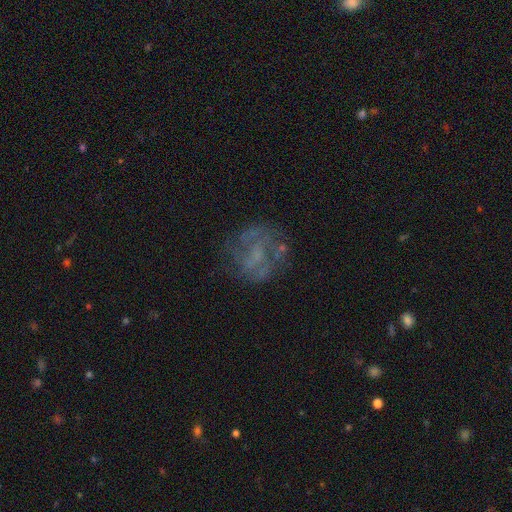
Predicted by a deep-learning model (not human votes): featured or disk 63%, smooth 23%, star or artifact 14%. Down the decision tree: edge-on disk — no (98%); bar — no (66%); spiral arms — yes (51%); bulge size — none (54%); merging — none (65%).